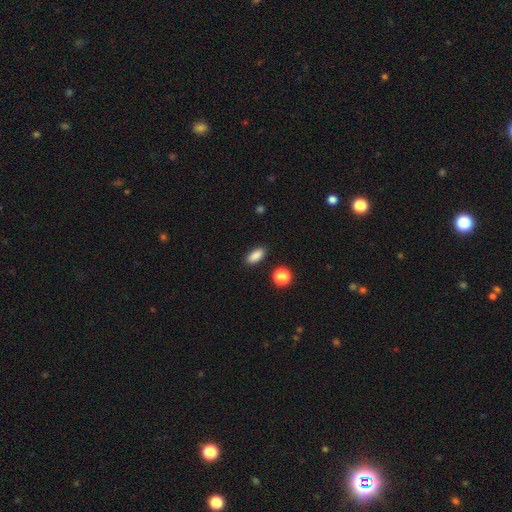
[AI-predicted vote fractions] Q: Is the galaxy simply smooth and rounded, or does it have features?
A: smooth — 87%.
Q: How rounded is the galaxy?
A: in between — 81%.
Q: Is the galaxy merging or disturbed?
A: none — 88%.